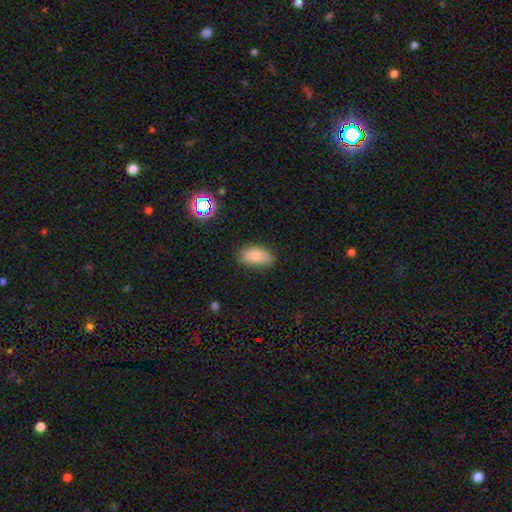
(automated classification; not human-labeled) Smooth or featured? smooth (80%)
How rounded? in between (92%)
Merging? none (76%)